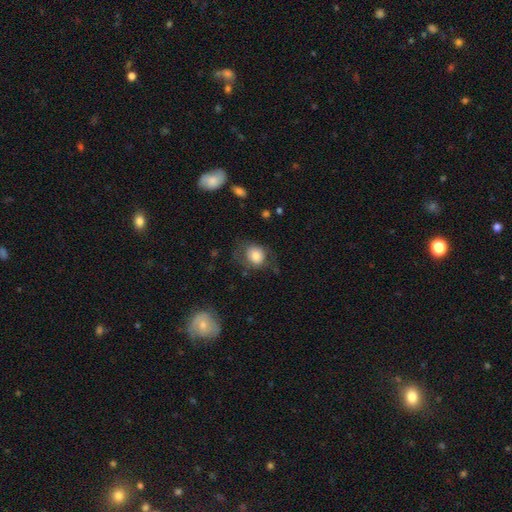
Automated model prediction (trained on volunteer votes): smooth_or_featured: smooth (p=0.74) [alt: featured or disk p=0.18]
how_rounded: round (p=0.61) [alt: in between p=0.38]
merging: none (p=0.60) [alt: minor disturbance p=0.22]